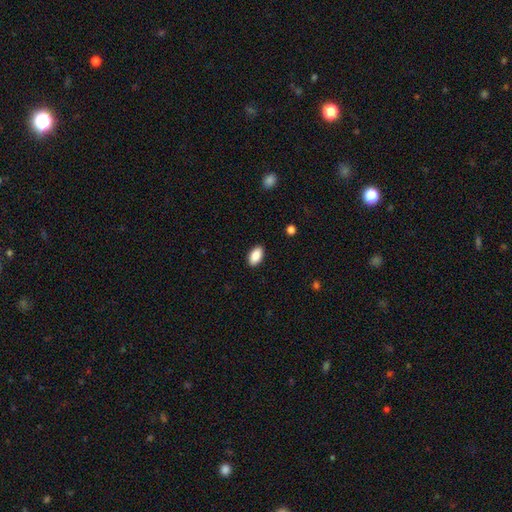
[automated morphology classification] Q: Smooth or featured?
A: smooth (89%); runner-up: star or artifact (7%)
Q: How rounded?
A: in between (94%); runner-up: round (4%)
Q: Merging?
A: none (89%); runner-up: minor disturbance (8%)